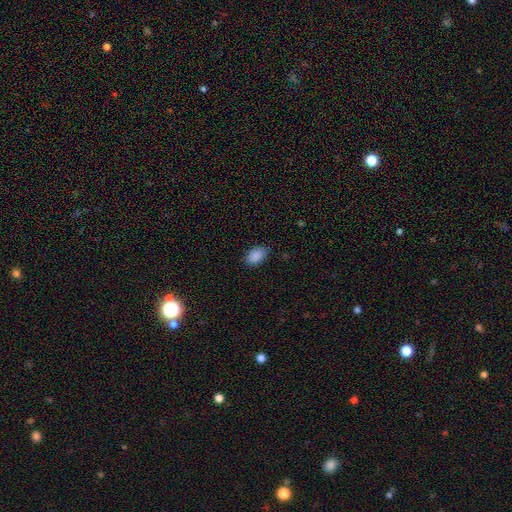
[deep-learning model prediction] A smooth galaxy with no disk features (89%) that is in between round and cigar-shaped (90%). Merging: none (83%).